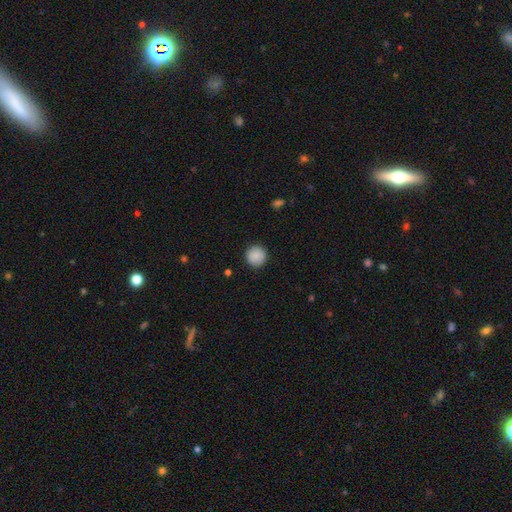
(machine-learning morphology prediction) Smooth or featured?
  - smooth: 89% *
  - star or artifact: 8%
  - featured or disk: 3%
How rounded?
  - round: 95% *
  - in between: 4%
  - cigar-shaped: 1%
Merging?
  - none: 91% *
  - minor disturbance: 6%
  - major disturbance: 2%
  - merger: 1%